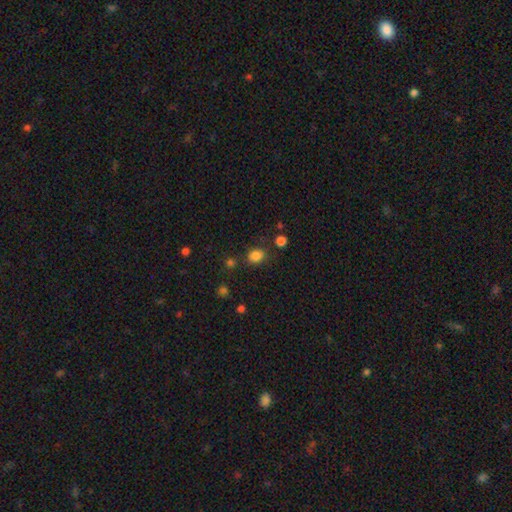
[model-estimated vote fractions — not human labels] smooth-or-featured: smooth: 82% | star or artifact: 13% | featured or disk: 5%
  how-rounded: round: 57% | in between: 42% | cigar-shaped: 1%
  merging: none: 77% | minor disturbance: 13% | merger: 5% | major disturbance: 4%